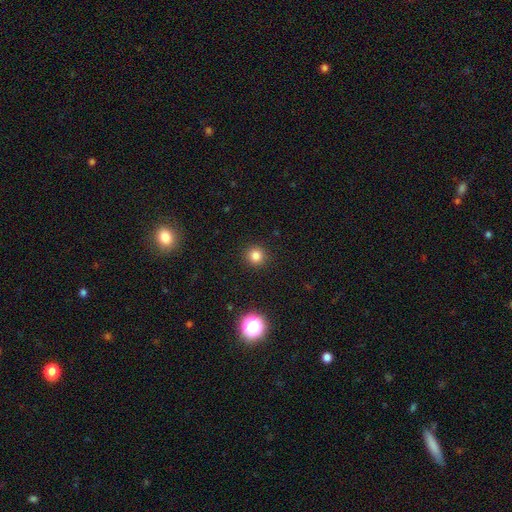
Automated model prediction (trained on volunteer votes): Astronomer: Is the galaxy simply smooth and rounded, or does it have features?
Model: smooth — 82%.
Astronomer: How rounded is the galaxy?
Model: round — 94%.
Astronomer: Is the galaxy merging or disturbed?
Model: none — 92%.